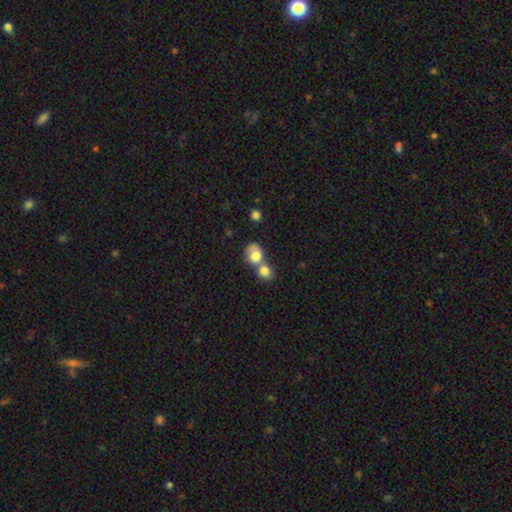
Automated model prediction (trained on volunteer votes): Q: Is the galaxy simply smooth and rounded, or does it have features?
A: smooth — 75%.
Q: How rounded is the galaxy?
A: round — 57%.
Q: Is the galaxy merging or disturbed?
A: merger — 71%.